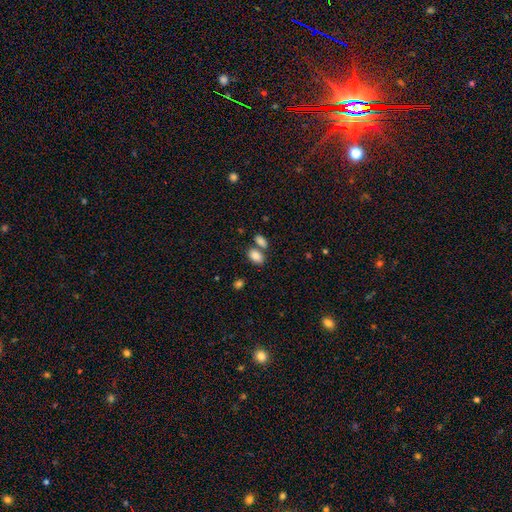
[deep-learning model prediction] This appears to be a smooth galaxy with no disk features (85%) that is in between round and cigar-shaped (89%). Merging: none (52%).